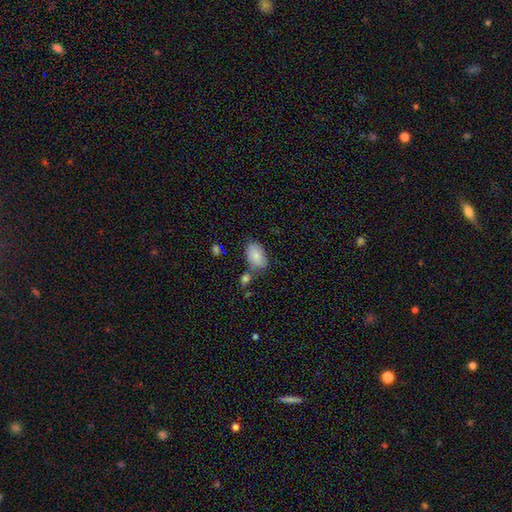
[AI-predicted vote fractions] Smooth or featured: smooth — 83% (featured or disk — 10%)
How rounded: in between — 91% (round — 8%)
Merging: none — 63% (minor disturbance — 19%)